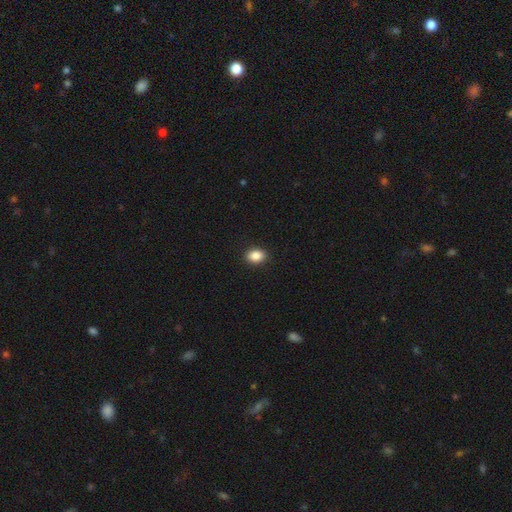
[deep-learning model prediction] Smooth or featured? smooth (87%)
How rounded? in between (69%)
Merging? none (91%)